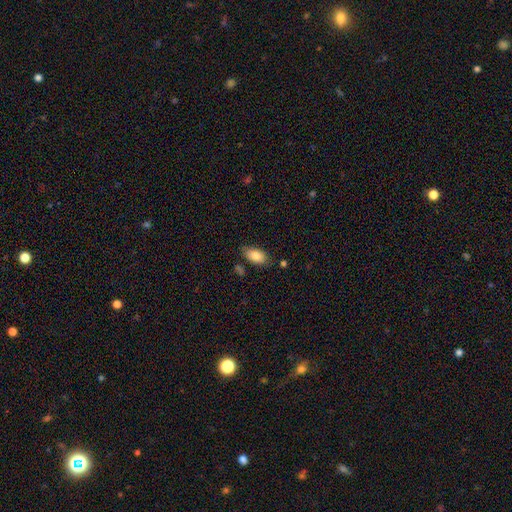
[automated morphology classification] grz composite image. It shows a smooth galaxy with no disk features (85%) that is in between round and cigar-shaped (93%). Merging: none (76%).